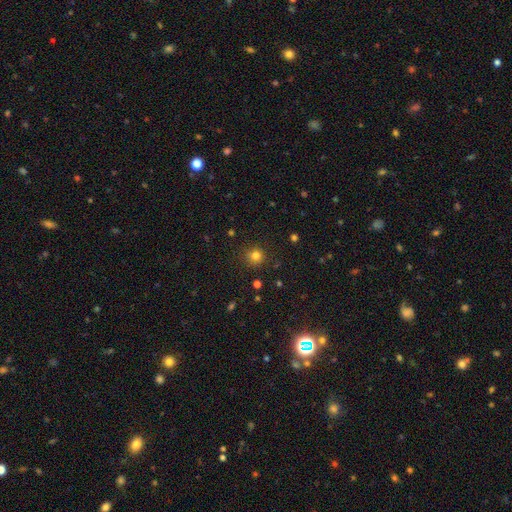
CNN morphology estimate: The model was most divided on "smooth or featured": smooth: 78%, star or artifact: 17%, featured or disk: 5%. More confident: how rounded — round (92%); merging — none (87%).